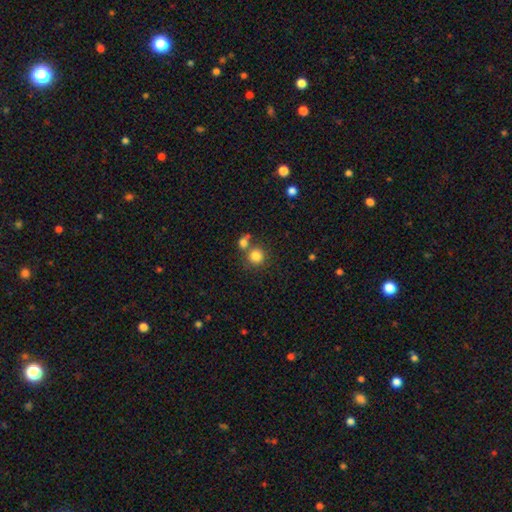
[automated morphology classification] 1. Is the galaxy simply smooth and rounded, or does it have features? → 82% smooth, 11% star or artifact, 7% featured or disk.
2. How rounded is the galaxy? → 90% round, 9% in between, 1% cigar-shaped.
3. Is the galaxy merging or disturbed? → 60% none, 28% merger, 8% minor disturbance, 3% major disturbance.